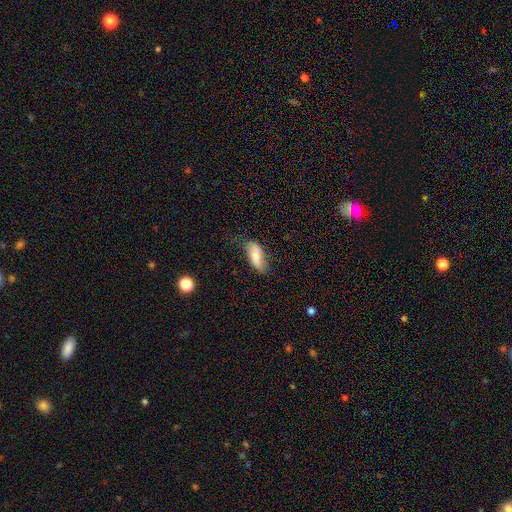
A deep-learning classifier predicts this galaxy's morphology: smooth-or-featured: smooth: 70% | featured or disk: 22% | star or artifact: 7%
  how-rounded: in between: 82% | cigar-shaped: 16% | round: 3%
  merging: none: 60% | minor disturbance: 30% | major disturbance: 8% | merger: 2%